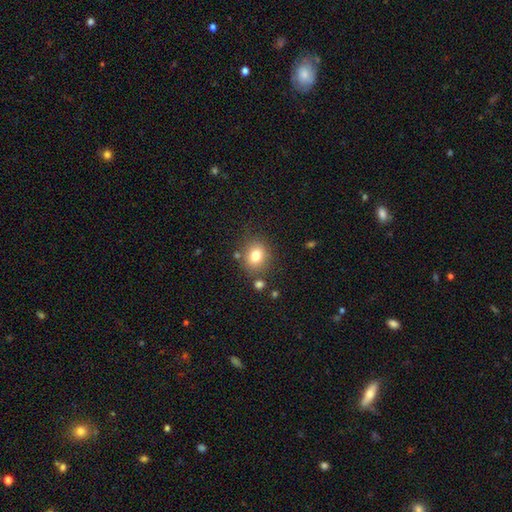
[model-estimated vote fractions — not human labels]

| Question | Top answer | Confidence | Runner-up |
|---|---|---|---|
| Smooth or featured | smooth | 79% | star or artifact (11%) |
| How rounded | round | 60% | in between (39%) |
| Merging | none | 78% | minor disturbance (12%) |